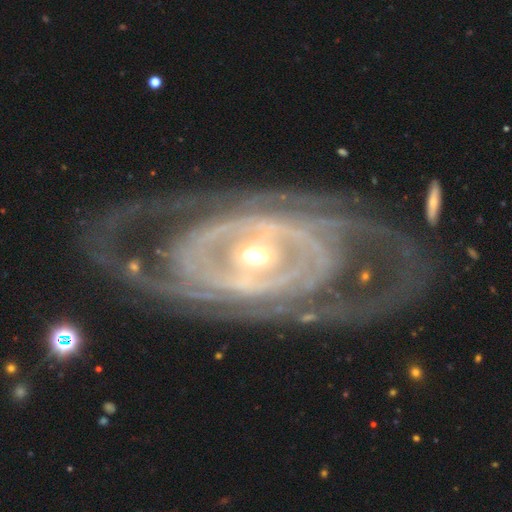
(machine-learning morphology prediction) Smooth or featured?
  - featured or disk: 89% *
  - smooth: 7%
  - star or artifact: 5%
Edge-on disk?
  - no: 92% *
  - yes: 8%
Bar?
  - no: 43% *
  - weak: 30%
  - strong: 27%
Spiral arms?
  - yes: 82% *
  - no: 18%
Spiral winding?
  - tight: 68% *
  - medium: 23%
  - loose: 9%
Spiral arm count?
  - can't tell: 39% *
  - 2: 31%
  - 3: 10%
  - 4: 7%
  - more than 4: 6%
  - 1: 6%
Bulge size?
  - moderate: 54% *
  - small: 38%
  - large: 5%
  - dominant: 1%
  - none: 1%
Merging?
  - none: 75% *
  - minor disturbance: 13%
  - major disturbance: 10%
  - merger: 2%